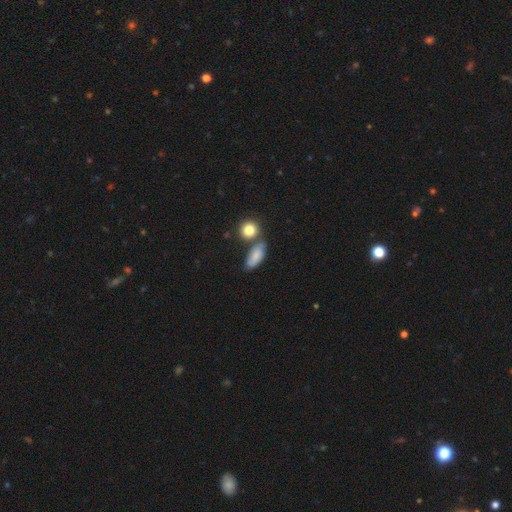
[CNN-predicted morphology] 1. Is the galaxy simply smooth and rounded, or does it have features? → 65% smooth, 26% featured or disk, 10% star or artifact.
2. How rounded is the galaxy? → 77% in between, 13% cigar-shaped, 10% round.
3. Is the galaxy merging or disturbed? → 55% none, 22% minor disturbance, 16% merger, 7% major disturbance.